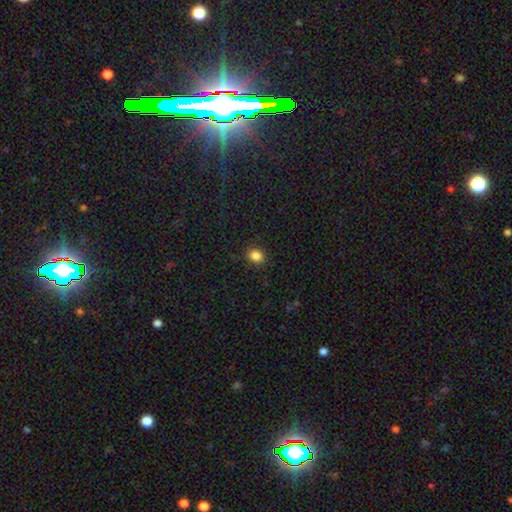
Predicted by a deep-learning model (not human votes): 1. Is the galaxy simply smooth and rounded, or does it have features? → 85% smooth, 11% star or artifact, 4% featured or disk.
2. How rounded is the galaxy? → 55% round, 44% in between, 1% cigar-shaped.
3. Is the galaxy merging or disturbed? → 89% none, 8% minor disturbance, 2% major disturbance, 1% merger.